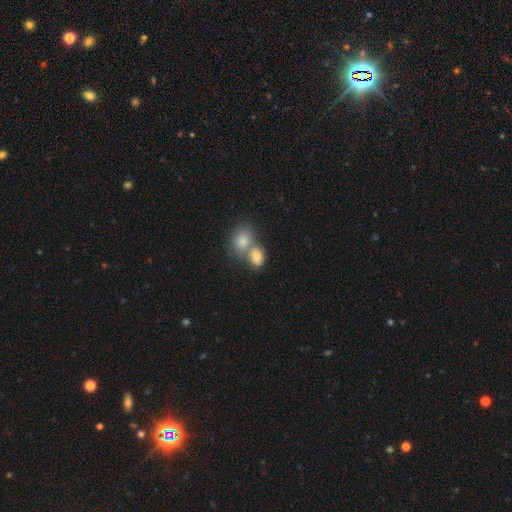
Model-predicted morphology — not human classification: Smooth or featured? smooth (79%)
How rounded? in between (57%)
Merging? merger (62%)